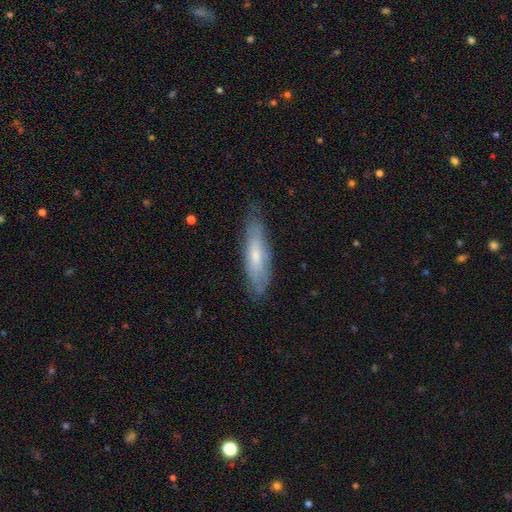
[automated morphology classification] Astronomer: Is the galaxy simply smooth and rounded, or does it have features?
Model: smooth — 53% (runner-up: featured or disk, 41%).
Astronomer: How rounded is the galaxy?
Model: cigar-shaped — 70%.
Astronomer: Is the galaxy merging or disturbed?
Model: none — 76%.